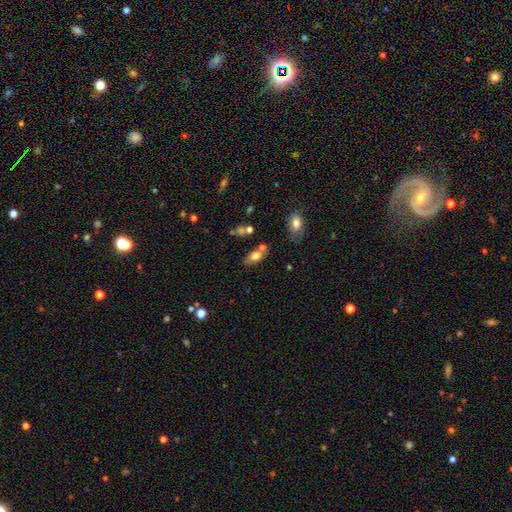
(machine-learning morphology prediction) Smooth or featured? Predicted: smooth (p=0.76). How rounded? Predicted: in between (p=0.85). Merging? Predicted: none (p=0.53).